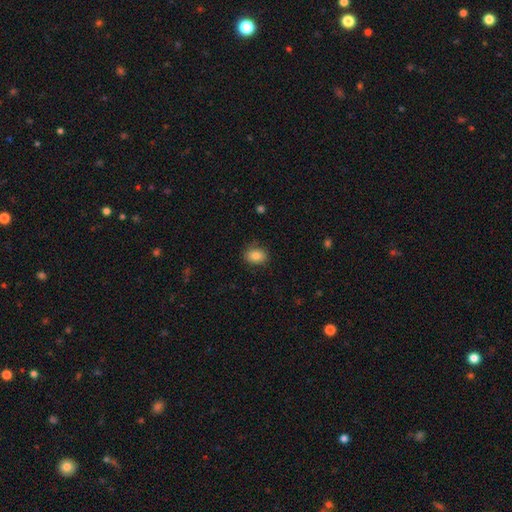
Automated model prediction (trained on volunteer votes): Morphology: type=smooth (85%); roundness=in between (63%); merging=none (85%).